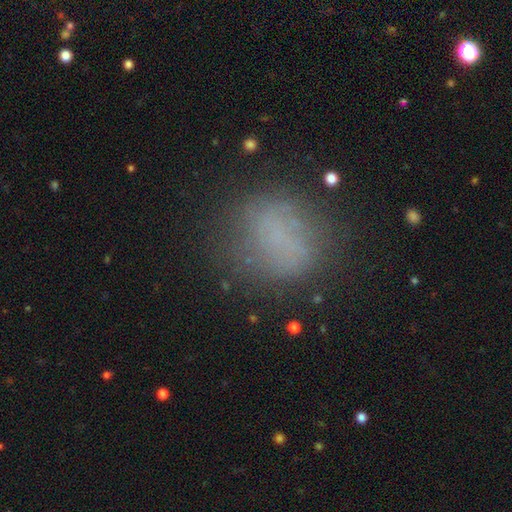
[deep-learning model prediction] Smooth or featured?
  - smooth: 62% *
  - featured or disk: 20%
  - star or artifact: 18%
How rounded?
  - round: 57% *
  - in between: 41%
  - cigar-shaped: 2%
Merging?
  - none: 71% *
  - minor disturbance: 18%
  - major disturbance: 9%
  - merger: 3%